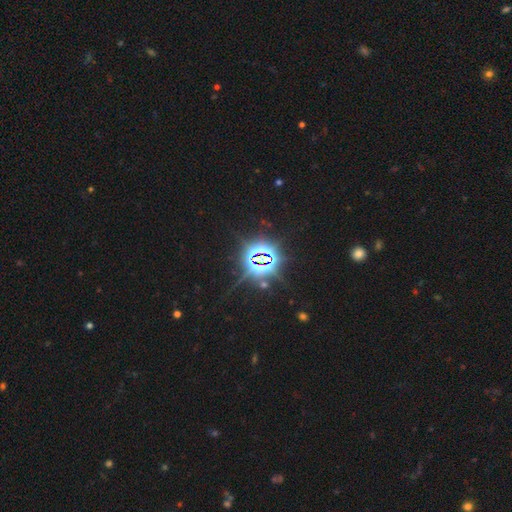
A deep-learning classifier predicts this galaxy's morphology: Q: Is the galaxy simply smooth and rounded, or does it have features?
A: star or artifact — 85%.